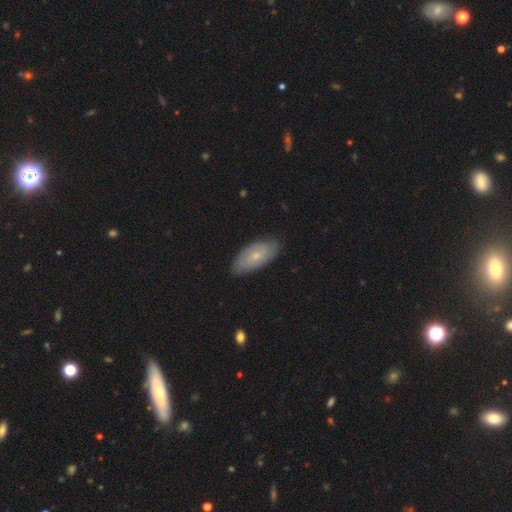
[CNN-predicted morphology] A smooth galaxy with no disk features (50%). Merging: none (81%).